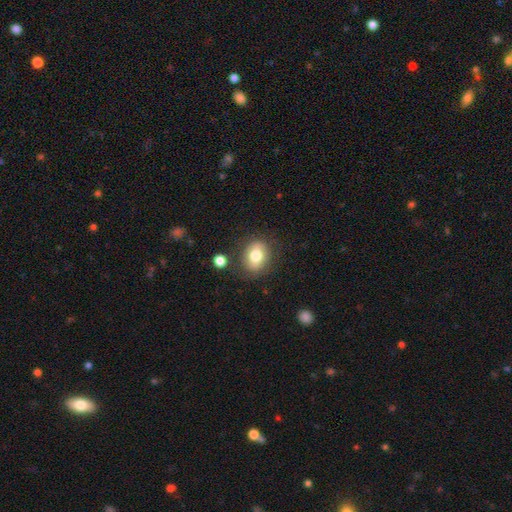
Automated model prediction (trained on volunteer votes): Q: Smooth or featured?
A: smooth (74%); runner-up: featured or disk (17%)
Q: How rounded?
A: in between (56%); runner-up: round (43%)
Q: Merging?
A: none (79%); runner-up: minor disturbance (14%)